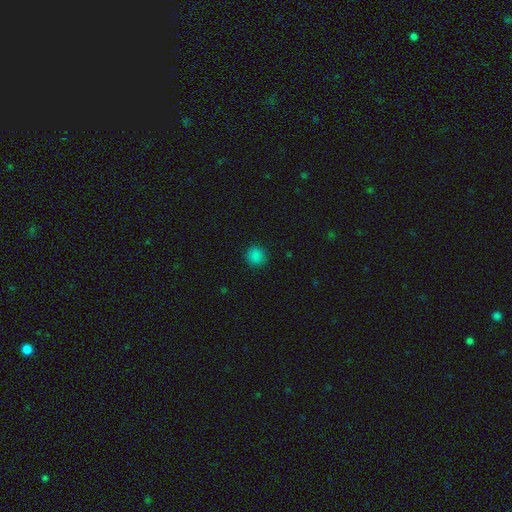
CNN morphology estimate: This appears to be a smooth galaxy with no disk features (84%) that is round (92%). Merging: none (91%).